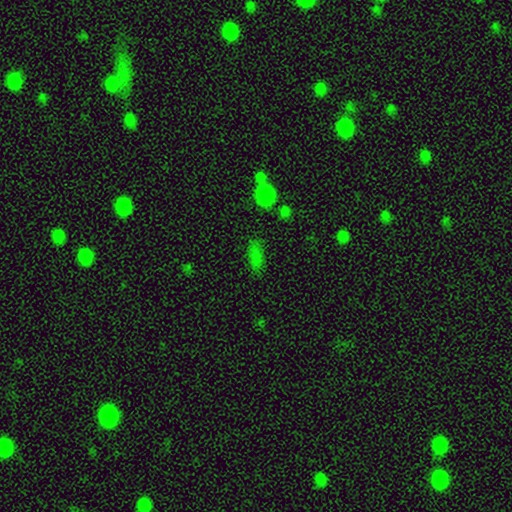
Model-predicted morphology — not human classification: Smooth or featured: smooth — 66% (star or artifact — 25%)
How rounded: in between — 72% (cigar-shaped — 20%)
Merging: none — 73% (minor disturbance — 15%)